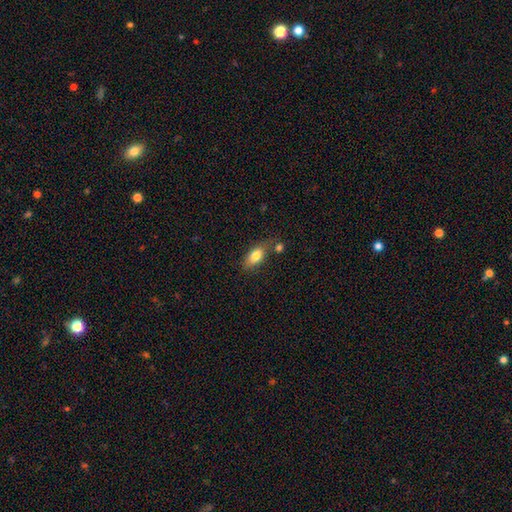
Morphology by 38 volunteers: Overall: smooth (68%). How rounded: in between (81%). Merging: none (51%; minor disturbance 23%).